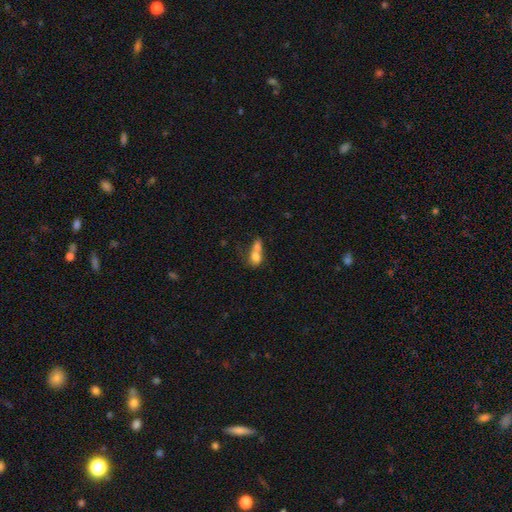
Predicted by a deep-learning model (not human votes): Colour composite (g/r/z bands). It shows a smooth galaxy with no disk features (72%) that is in between round and cigar-shaped (51%). Merging: merger (70%).